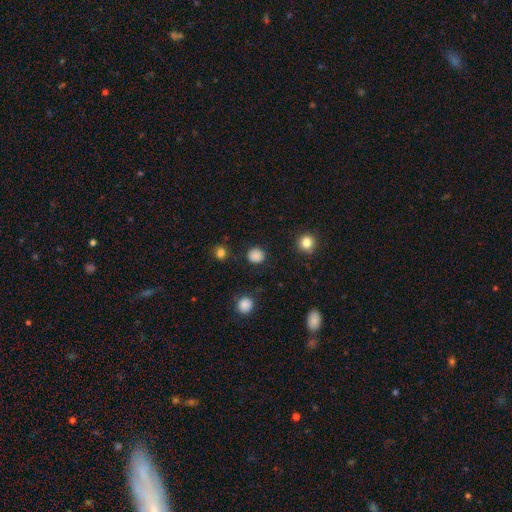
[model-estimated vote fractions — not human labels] The model was most divided on "smooth or featured": smooth: 85%, star or artifact: 12%, featured or disk: 3%. More confident: merging — none (89%); how rounded — round (89%).